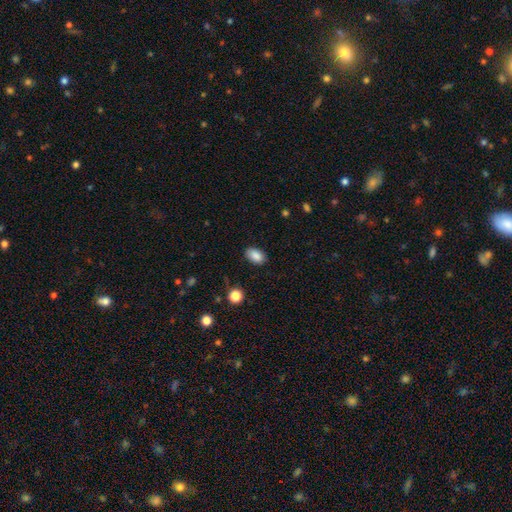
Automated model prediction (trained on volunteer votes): smooth-or-featured: smooth: 88% | star or artifact: 8% | featured or disk: 4%
  how-rounded: in between: 90% | round: 9% | cigar-shaped: 1%
  merging: none: 86% | minor disturbance: 11% | major disturbance: 2% | merger: 1%